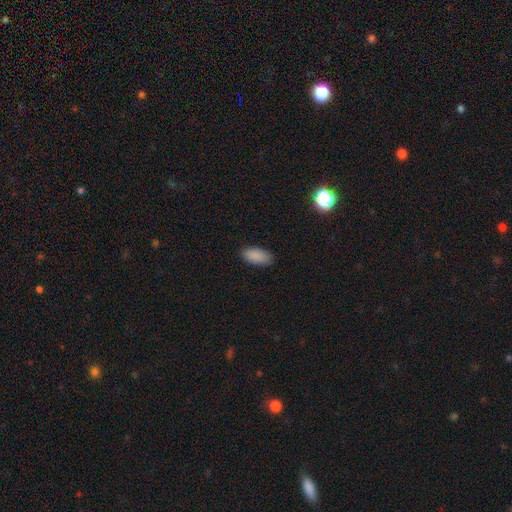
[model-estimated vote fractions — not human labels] A smooth galaxy with no disk features (89%) that is in between round and cigar-shaped (92%). Merging: none (86%).